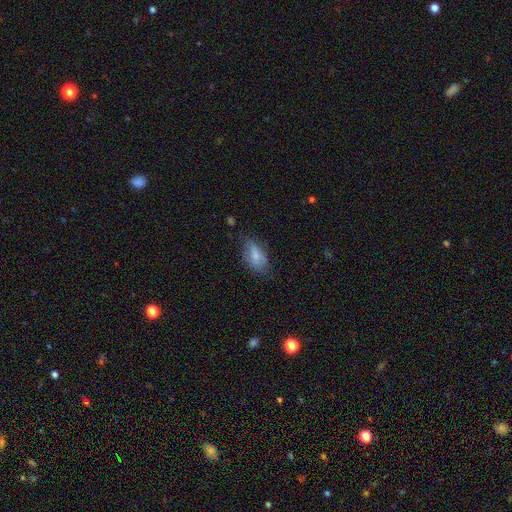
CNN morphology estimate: smooth-or-featured: smooth: 73% | featured or disk: 19% | star or artifact: 8%
  how-rounded: in between: 89% | cigar-shaped: 7% | round: 4%
  merging: none: 60% | minor disturbance: 28% | major disturbance: 9% | merger: 2%